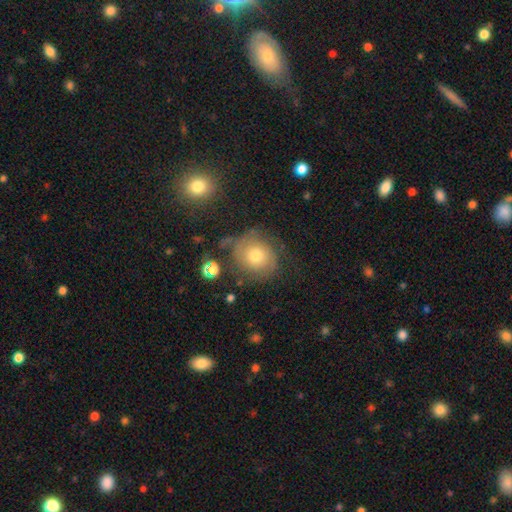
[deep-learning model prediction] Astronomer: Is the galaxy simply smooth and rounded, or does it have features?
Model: smooth — 48% (runner-up: featured or disk, 40%).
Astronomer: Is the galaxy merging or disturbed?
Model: none — 60%.